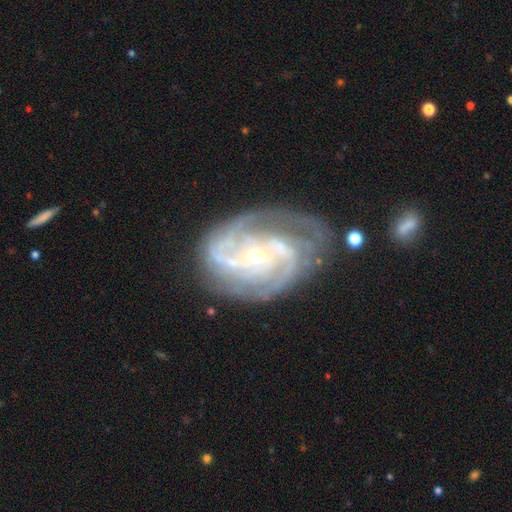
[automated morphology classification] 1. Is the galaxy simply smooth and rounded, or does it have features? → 91% featured or disk, 5% star or artifact, 4% smooth.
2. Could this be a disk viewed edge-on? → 97% no, 3% yes.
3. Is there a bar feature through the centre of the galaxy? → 57% no, 29% weak, 13% strong.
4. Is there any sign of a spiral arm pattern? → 98% yes, 2% no.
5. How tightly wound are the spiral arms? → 55% tight, 38% medium, 7% loose.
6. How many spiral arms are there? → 36% 2, 28% 3, 15% can't tell, 11% 4, 5% more than 4, 5% 1.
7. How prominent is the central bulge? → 58% small, 38% moderate, 2% large, 1% none, 1% dominant.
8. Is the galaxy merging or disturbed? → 65% none, 21% minor disturbance, 11% major disturbance, 3% merger.